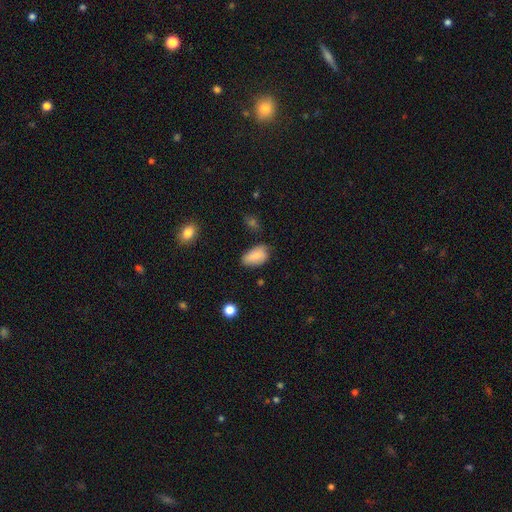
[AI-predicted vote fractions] smooth_or_featured: smooth (p=0.82) [alt: featured or disk p=0.10]
how_rounded: in between (p=0.93) [alt: round p=0.06]
merging: none (p=0.60) [alt: minor disturbance p=0.31]